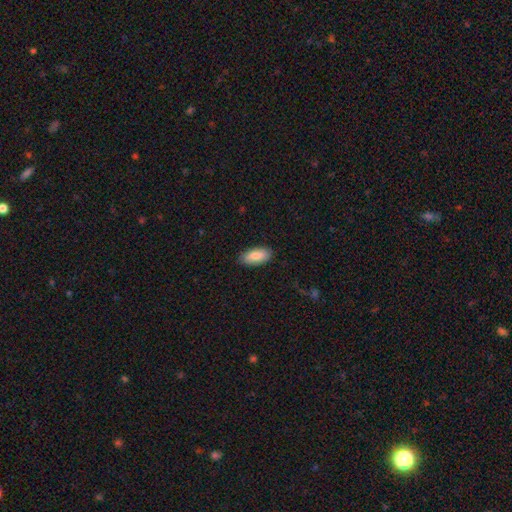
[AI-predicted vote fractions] Q: Smooth or featured?
A: smooth (83%); runner-up: featured or disk (11%)
Q: How rounded?
A: in between (89%); runner-up: cigar-shaped (9%)
Q: Merging?
A: none (86%); runner-up: minor disturbance (11%)